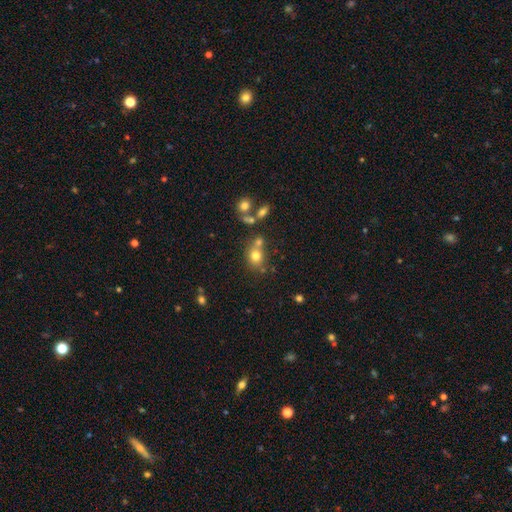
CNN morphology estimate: This is likely a smooth galaxy (72%). How rounded: likely round (71%). Merging: possibly none (52%).